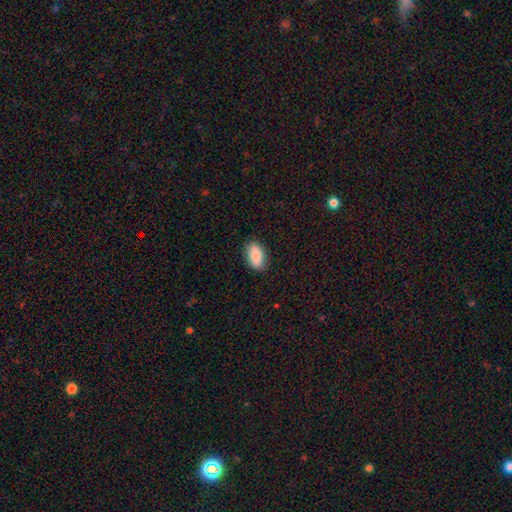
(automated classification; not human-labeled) The model was most divided on "merging": none: 85%, minor disturbance: 12%, major disturbance: 2%, merger: 1%. More confident: how rounded — in between (92%); smooth or featured — smooth (85%).